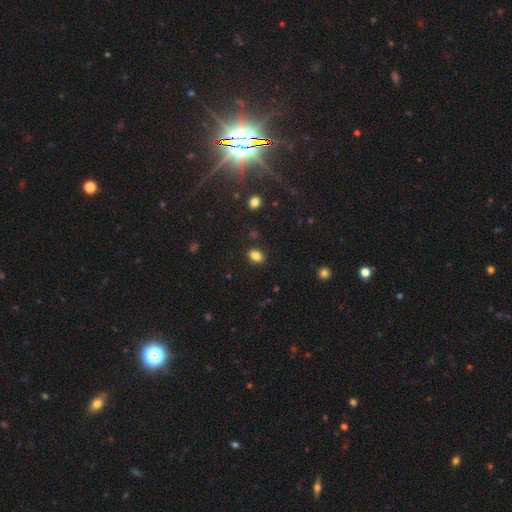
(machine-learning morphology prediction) smooth_or_featured: smooth (p=0.84) [alt: star or artifact p=0.11]
how_rounded: in between (p=0.61) [alt: round p=0.38]
merging: none (p=0.86) [alt: minor disturbance p=0.10]